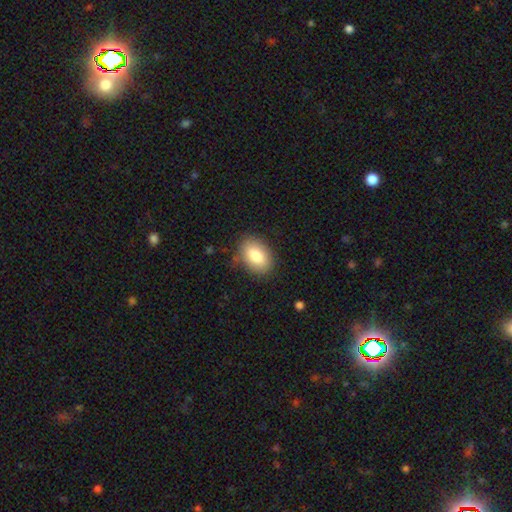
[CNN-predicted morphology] type=smooth (84%); roundness=in between (87%); merging=none (84%).